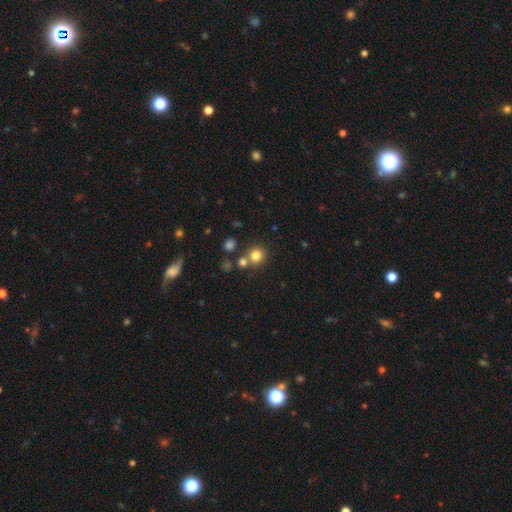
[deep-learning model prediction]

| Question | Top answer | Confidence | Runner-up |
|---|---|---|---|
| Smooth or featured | smooth | 78% | star or artifact (14%) |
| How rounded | round | 91% | in between (8%) |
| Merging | none | 71% | merger (18%) |